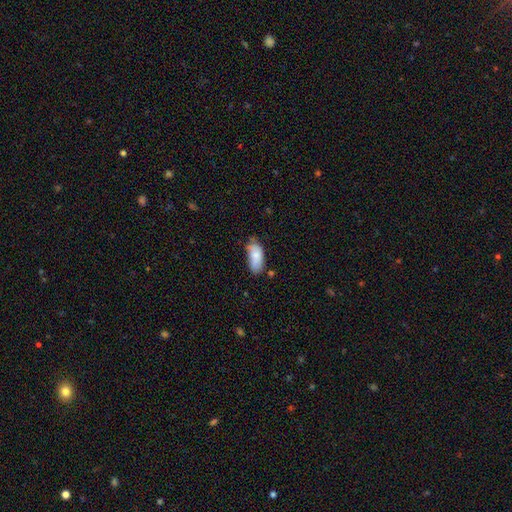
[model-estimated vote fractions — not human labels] Q: Smooth or featured?
A: smooth (80%); runner-up: featured or disk (13%)
Q: How rounded?
A: in between (90%); runner-up: cigar-shaped (7%)
Q: Merging?
A: none (48%); runner-up: minor disturbance (37%)